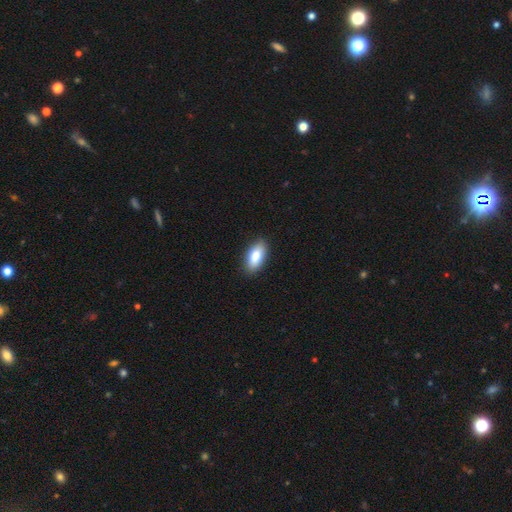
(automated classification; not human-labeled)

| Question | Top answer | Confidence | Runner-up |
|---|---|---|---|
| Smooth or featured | smooth | 82% | featured or disk (12%) |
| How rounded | in between | 89% | cigar-shaped (7%) |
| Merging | none | 89% | minor disturbance (8%) |